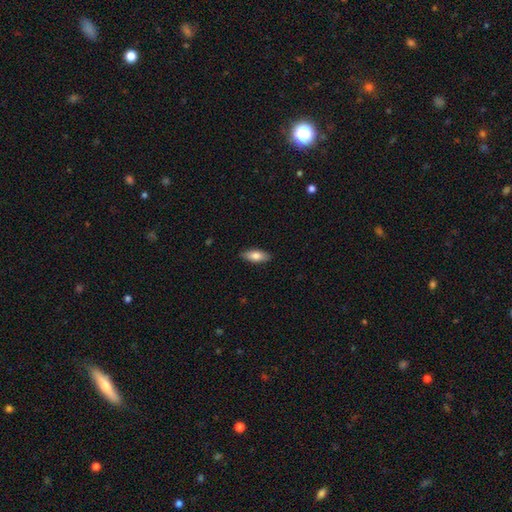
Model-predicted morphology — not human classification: smooth-or-featured: smooth: 78% | featured or disk: 16% | star or artifact: 6%
  how-rounded: in between: 79% | cigar-shaped: 18% | round: 2%
  merging: none: 88% | minor disturbance: 9% | major disturbance: 2% | merger: 1%